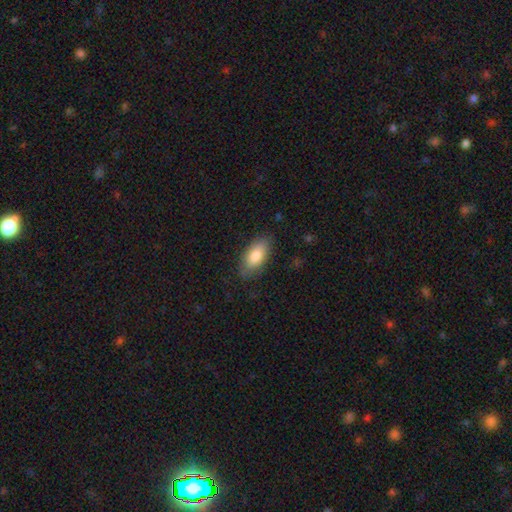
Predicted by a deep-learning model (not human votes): A smooth galaxy with no disk features (83%) that is in between round and cigar-shaped (90%). Merging: none (81%).